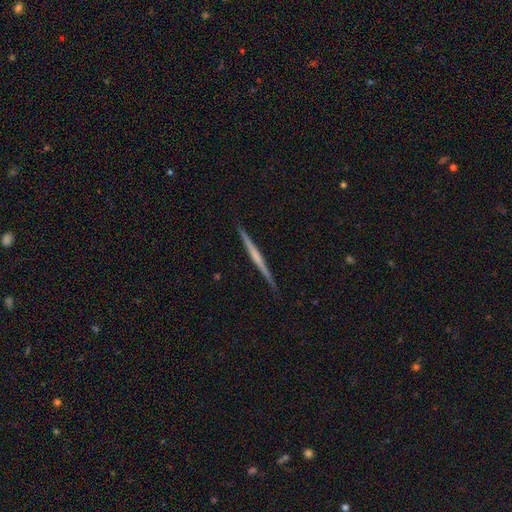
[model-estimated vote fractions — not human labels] smooth-or-featured: featured or disk: 64% | smooth: 30% | star or artifact: 5%
  disk-edge-on: yes: 98% | no: 2%
    edge-on-bulge: none: 72% | rounded: 20% | boxy: 8%
  merging: none: 91% | minor disturbance: 7% | major disturbance: 1% | merger: 1%